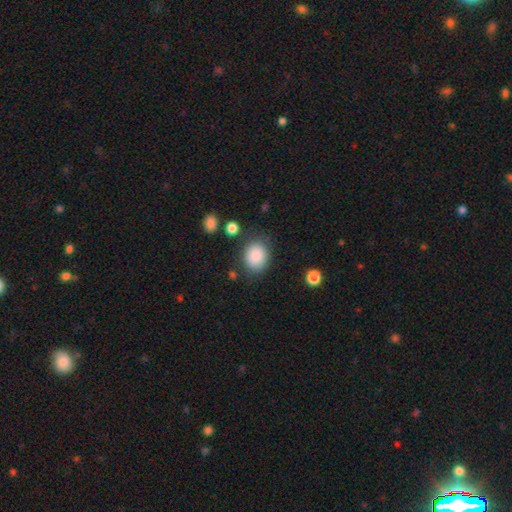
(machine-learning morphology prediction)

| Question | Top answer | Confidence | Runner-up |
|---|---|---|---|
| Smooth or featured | smooth | 88% | star or artifact (8%) |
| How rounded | in between | 50% | round (49%) |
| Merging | none | 79% | minor disturbance (13%) |